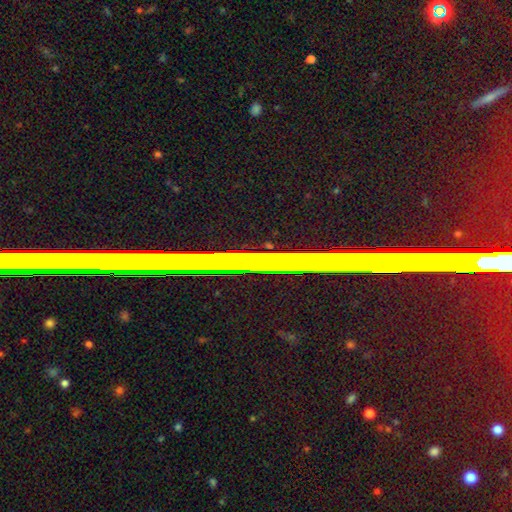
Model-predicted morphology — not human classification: smooth-or-featured: star or artifact: 78% | featured or disk: 13% | smooth: 9%